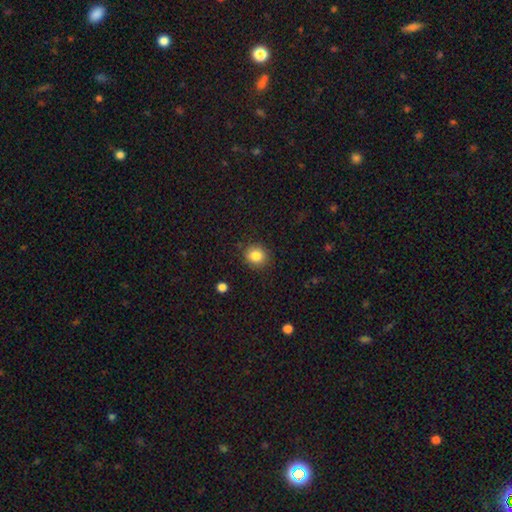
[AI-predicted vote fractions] The model was most divided on "how rounded": round: 82%, in between: 17%, cigar-shaped: 1%. More confident: merging — none (88%); smooth or featured — smooth (85%).